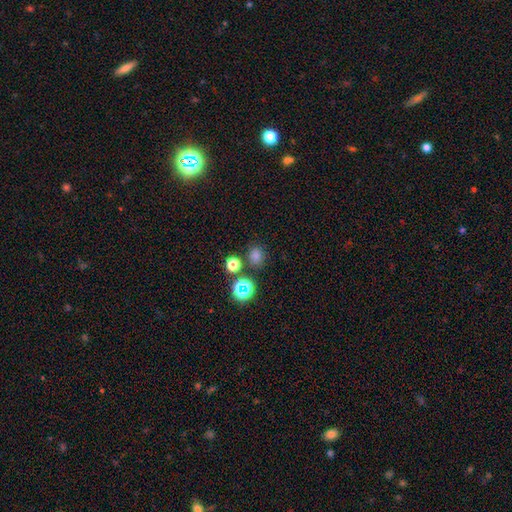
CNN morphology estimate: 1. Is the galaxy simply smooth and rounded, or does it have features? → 69% smooth, 25% star or artifact, 6% featured or disk.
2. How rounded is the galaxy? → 72% round, 27% in between, 1% cigar-shaped.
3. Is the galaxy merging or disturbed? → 79% none, 9% minor disturbance, 9% merger, 3% major disturbance.